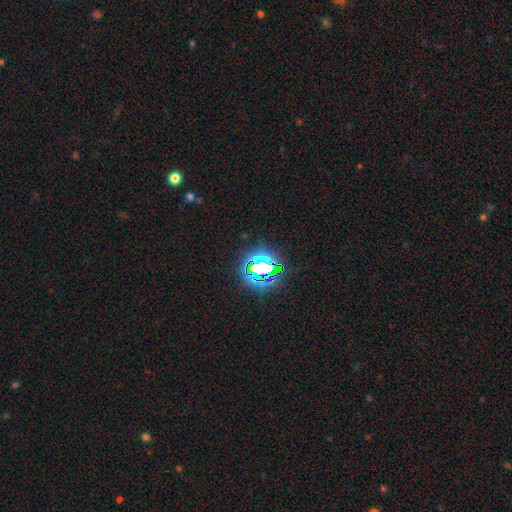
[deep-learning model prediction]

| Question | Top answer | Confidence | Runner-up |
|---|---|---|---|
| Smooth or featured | star or artifact | 77% | smooth (14%) |